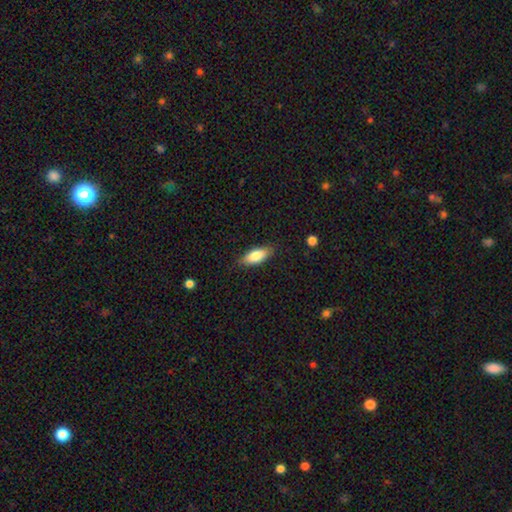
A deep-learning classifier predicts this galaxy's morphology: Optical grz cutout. It shows a smooth galaxy with no disk features (82%) that is in between round and cigar-shaped (78%). Merging: none (84%).